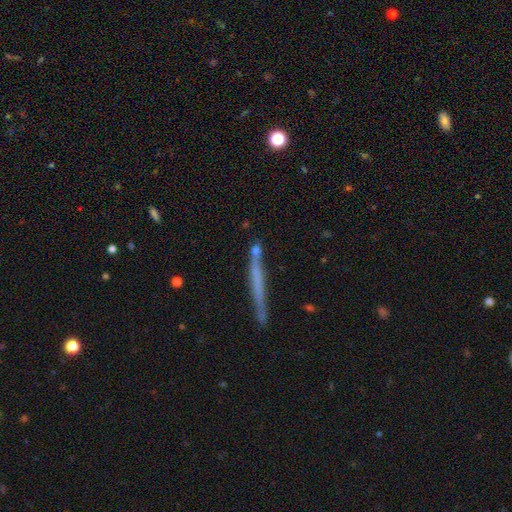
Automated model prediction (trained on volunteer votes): Q: Smooth or featured?
A: featured or disk (49%); runner-up: smooth (42%)
Q: Merging?
A: none (71%); runner-up: minor disturbance (15%)